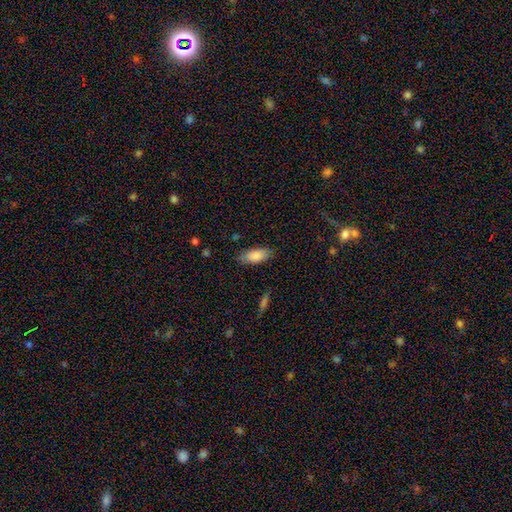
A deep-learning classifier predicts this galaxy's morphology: A smooth galaxy with no disk features (85%) that is in between round and cigar-shaped (84%). Merging: none (81%).